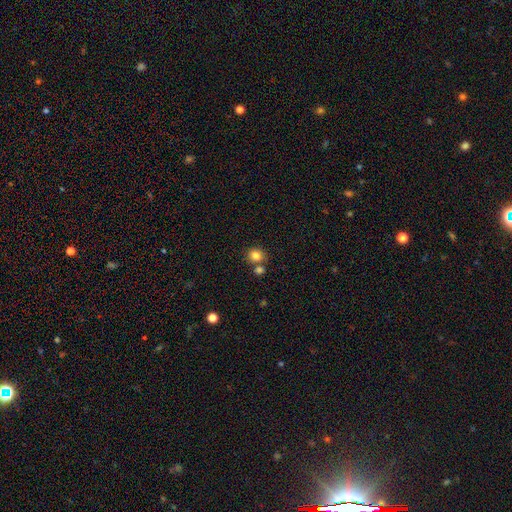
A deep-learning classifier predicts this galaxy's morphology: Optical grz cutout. It shows a smooth galaxy with no disk features (83%) that is round (80%). Merging: none (65%).